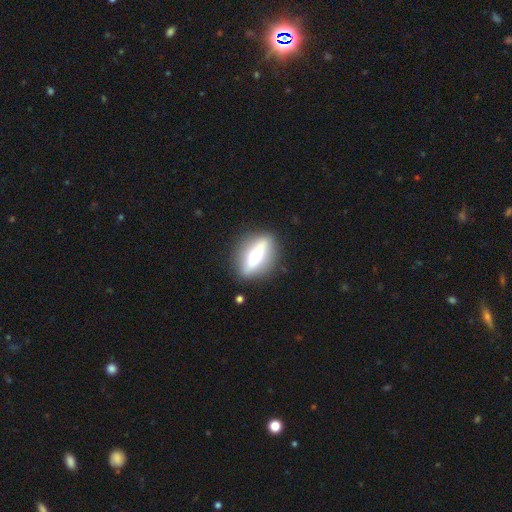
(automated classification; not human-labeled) Q: Smooth or featured?
A: featured or disk (57%); runner-up: smooth (36%)
Q: Edge-on disk?
A: yes (75%); runner-up: no (25%)
Q: Merging?
A: none (85%); runner-up: minor disturbance (9%)